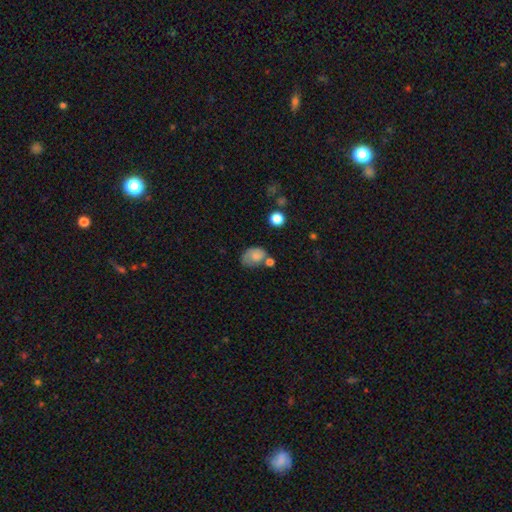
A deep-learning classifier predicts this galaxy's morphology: This is likely a smooth galaxy (73%). How rounded: likely in between (73%). Merging: marginally none (41%).